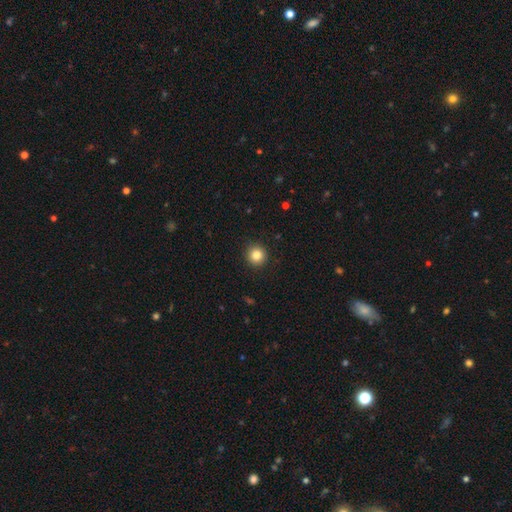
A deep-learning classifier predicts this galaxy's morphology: A smooth galaxy with no disk features (83%) that is round (94%). Merging: none (92%).